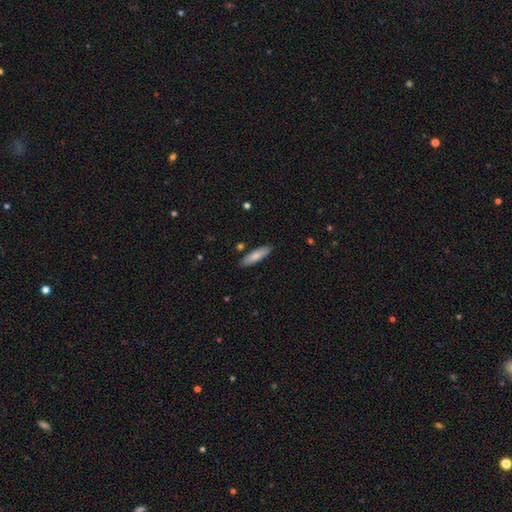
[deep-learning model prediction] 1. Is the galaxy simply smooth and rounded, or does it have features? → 80% smooth, 15% featured or disk, 6% star or artifact.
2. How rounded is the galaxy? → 63% cigar-shaped, 35% in between, 1% round.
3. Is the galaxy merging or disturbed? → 87% none, 9% minor disturbance, 2% merger, 2% major disturbance.